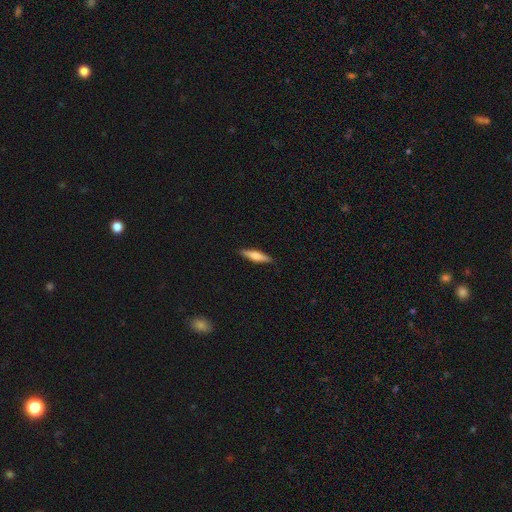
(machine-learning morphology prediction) This is possibly a smooth galaxy (58%). How rounded: likely cigar-shaped (75%). Merging: clearly none (89%).